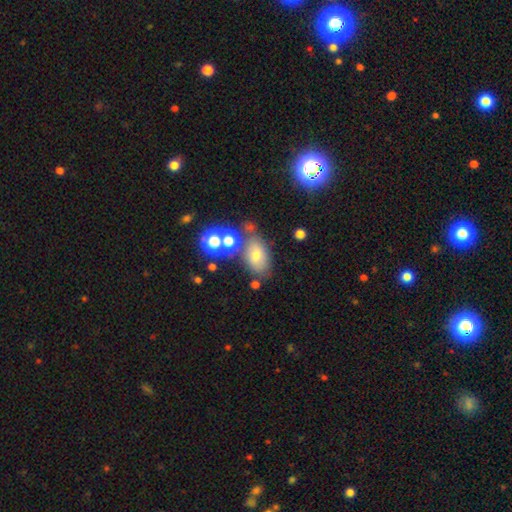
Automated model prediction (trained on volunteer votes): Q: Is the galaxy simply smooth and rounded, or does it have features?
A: smooth — 64%.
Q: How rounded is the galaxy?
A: in between — 81%.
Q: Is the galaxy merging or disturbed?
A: none — 60%.